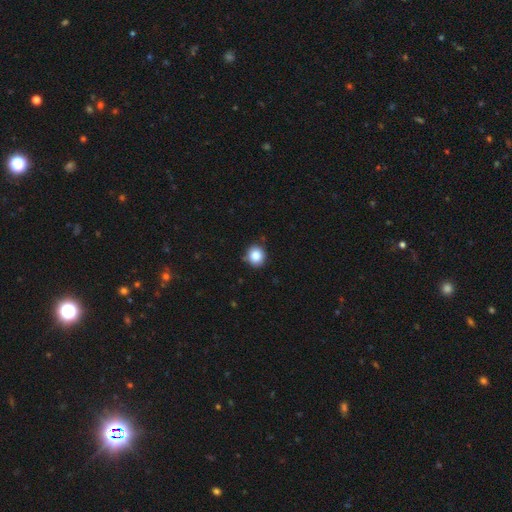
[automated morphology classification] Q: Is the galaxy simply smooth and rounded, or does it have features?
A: smooth — 84%.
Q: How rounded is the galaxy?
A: round — 85%.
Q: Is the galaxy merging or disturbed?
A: none — 86%.